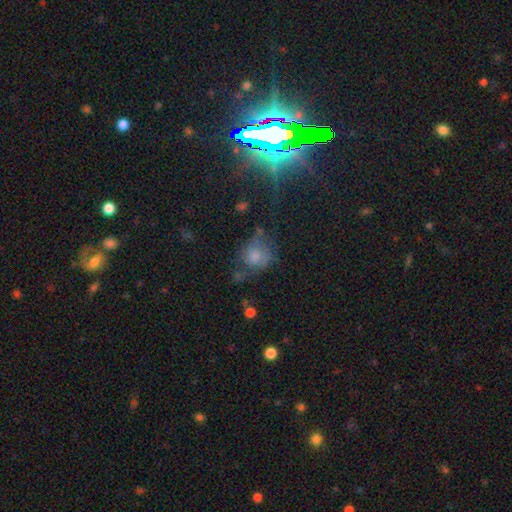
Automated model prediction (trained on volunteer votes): A smooth galaxy with no disk features (67%) that is round (72%). Merging: none (39%).